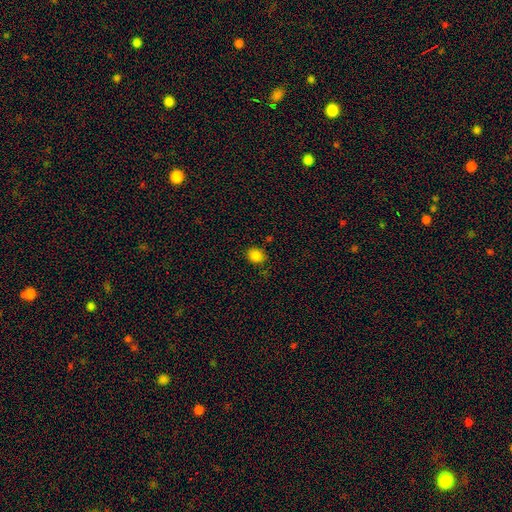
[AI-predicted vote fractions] The model was most divided on "how rounded": round: 64%, in between: 35%, cigar-shaped: 1%. More confident: smooth or featured — smooth (84%); merging — none (82%).